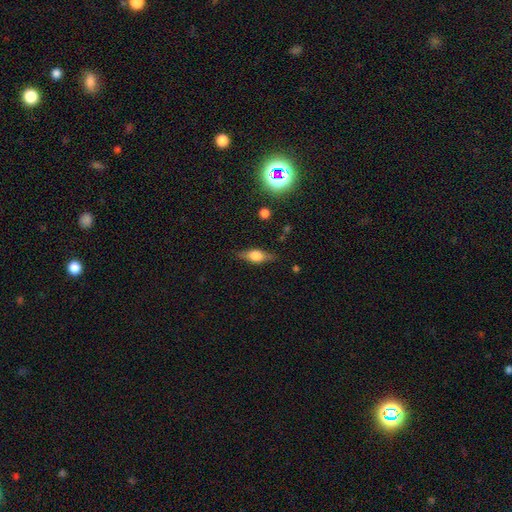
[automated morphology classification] Smooth or featured?
  - smooth: 48% *
  - featured or disk: 43%
  - star or artifact: 9%
Merging?
  - none: 82% *
  - minor disturbance: 13%
  - major disturbance: 4%
  - merger: 1%